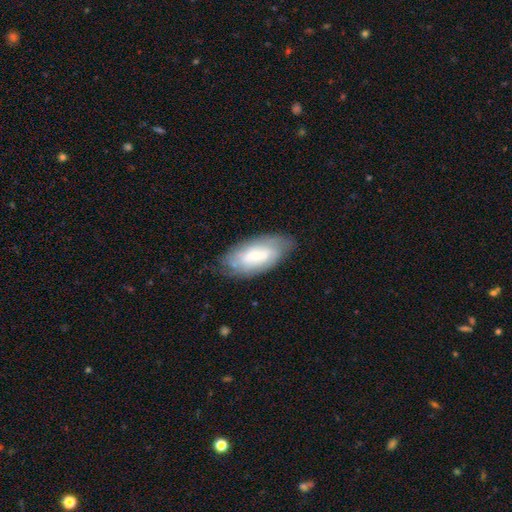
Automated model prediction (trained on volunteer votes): Q: Smooth or featured?
A: featured or disk (55%); runner-up: smooth (38%)
Q: Edge-on disk?
A: no (90%); runner-up: yes (10%)
Q: Merging?
A: none (73%); runner-up: minor disturbance (20%)